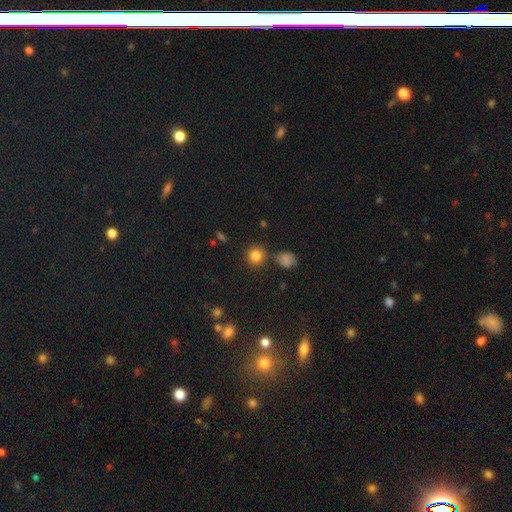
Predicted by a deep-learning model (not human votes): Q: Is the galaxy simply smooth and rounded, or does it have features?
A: smooth — 82%.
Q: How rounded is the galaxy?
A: round — 90%.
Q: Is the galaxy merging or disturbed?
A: none — 79%.